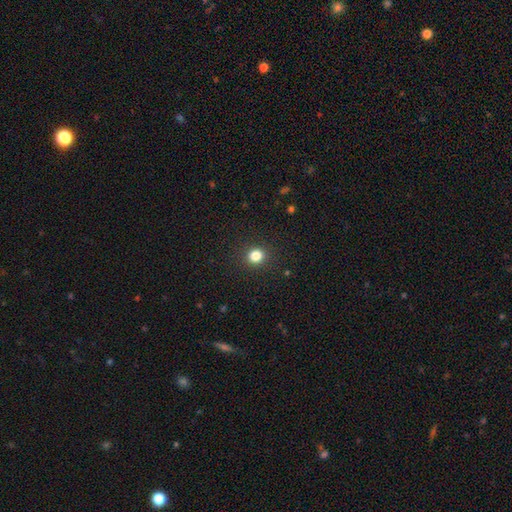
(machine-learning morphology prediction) Q: Smooth or featured?
A: smooth (83%); runner-up: star or artifact (13%)
Q: How rounded?
A: round (86%); runner-up: in between (13%)
Q: Merging?
A: none (91%); runner-up: minor disturbance (6%)